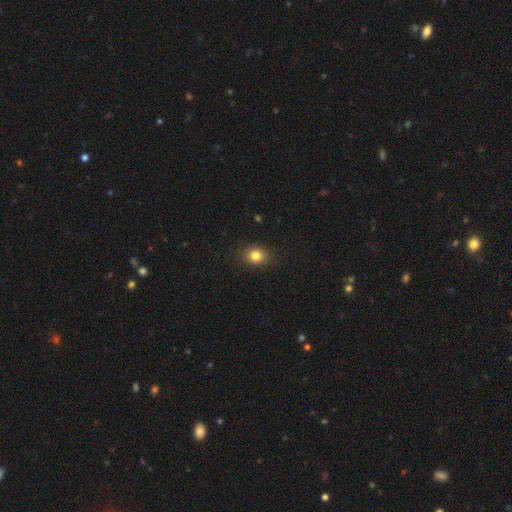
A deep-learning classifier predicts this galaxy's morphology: This is clearly a smooth galaxy (82%). How rounded: possibly round (58%). Merging: clearly none (88%).